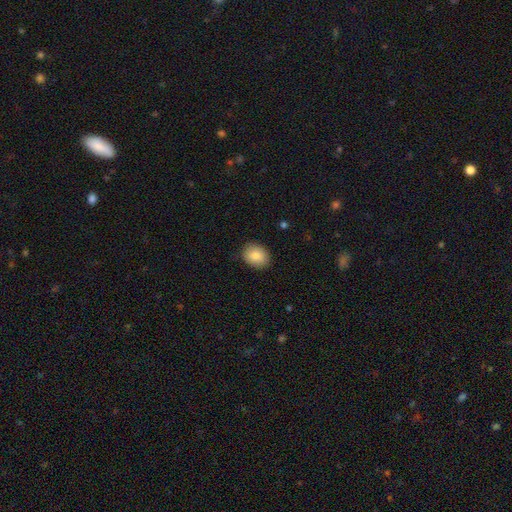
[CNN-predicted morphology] The model was most divided on "how rounded": in between: 56%, round: 44%, cigar-shaped: 1%. More confident: merging — none (86%); smooth or featured — smooth (85%).